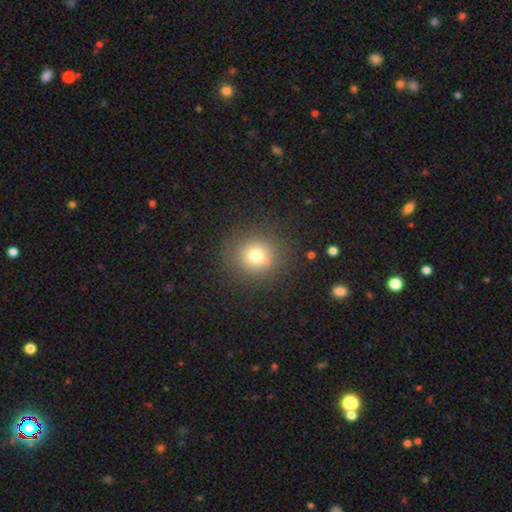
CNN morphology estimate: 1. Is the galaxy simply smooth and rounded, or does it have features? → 72% smooth, 16% star or artifact, 12% featured or disk.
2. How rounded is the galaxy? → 89% round, 10% in between, 1% cigar-shaped.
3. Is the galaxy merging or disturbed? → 80% none, 11% minor disturbance, 5% major disturbance, 4% merger.